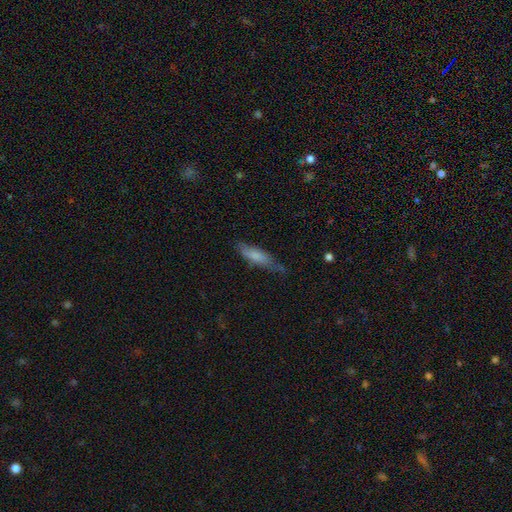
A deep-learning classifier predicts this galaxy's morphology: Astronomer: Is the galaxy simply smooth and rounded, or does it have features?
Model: smooth — 75%.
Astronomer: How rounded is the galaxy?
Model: cigar-shaped — 62%.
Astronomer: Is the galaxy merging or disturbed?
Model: none — 57%.